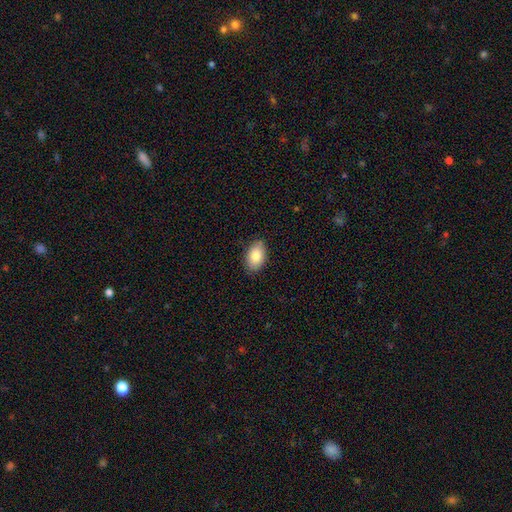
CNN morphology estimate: A smooth galaxy with no disk features (86%) that is in between round and cigar-shaped (91%). Merging: none (85%).